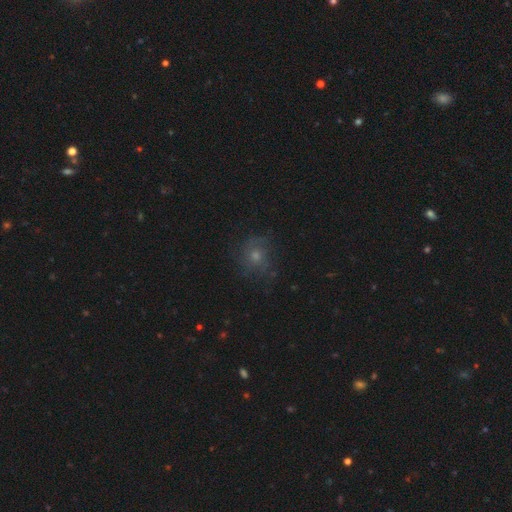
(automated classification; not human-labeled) A smooth galaxy with no disk features (52%) that is round (78%). Merging: none (66%).